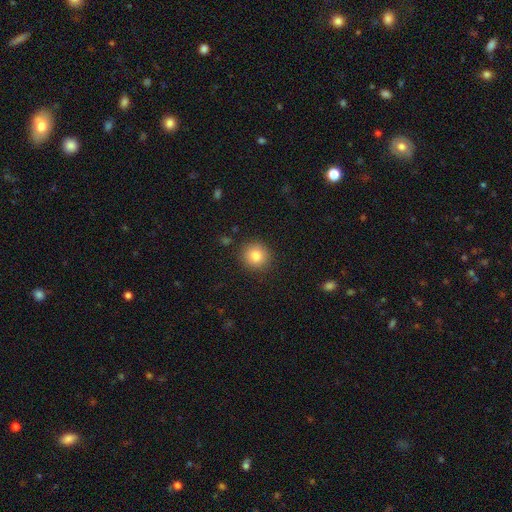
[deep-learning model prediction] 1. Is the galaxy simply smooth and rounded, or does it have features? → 84% smooth, 9% star or artifact, 6% featured or disk.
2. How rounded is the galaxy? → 90% round, 9% in between, 1% cigar-shaped.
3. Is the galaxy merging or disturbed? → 89% none, 7% minor disturbance, 2% major disturbance, 1% merger.